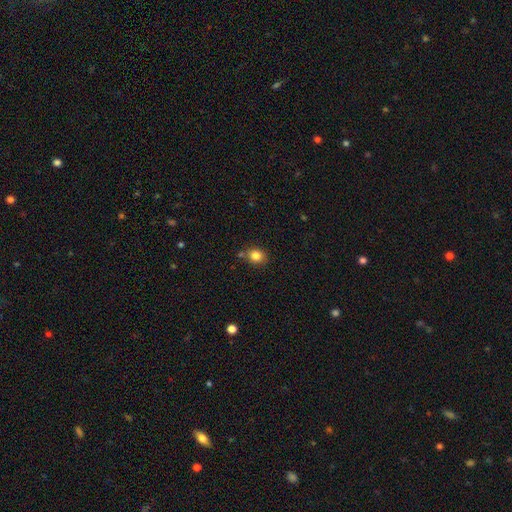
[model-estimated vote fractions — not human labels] smooth-or-featured: smooth: 83% | star or artifact: 11% | featured or disk: 6%
  how-rounded: round: 69% | in between: 30% | cigar-shaped: 1%
  merging: none: 72% | minor disturbance: 14% | merger: 10% | major disturbance: 3%